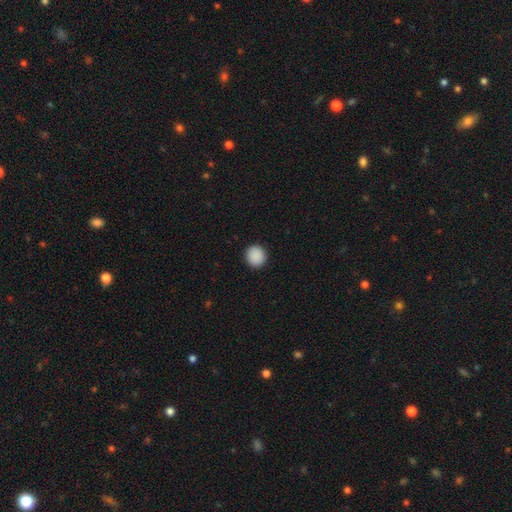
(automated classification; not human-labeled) smooth 90%, star or artifact 8%, featured or disk 2%. Down the decision tree: how rounded — round (90%); merging — none (93%).